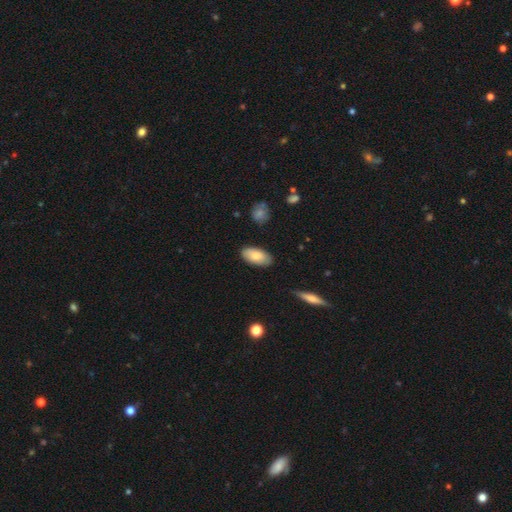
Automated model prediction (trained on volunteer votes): This is clearly a smooth galaxy (83%). How rounded: clearly in between (93%). Merging: clearly none (85%).